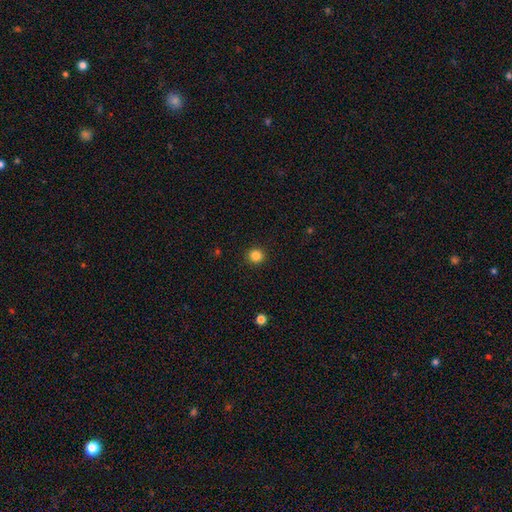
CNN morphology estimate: Smooth or featured? Predicted: smooth (p=0.84). How rounded? Predicted: round (p=0.93). Merging? Predicted: none (p=0.92).